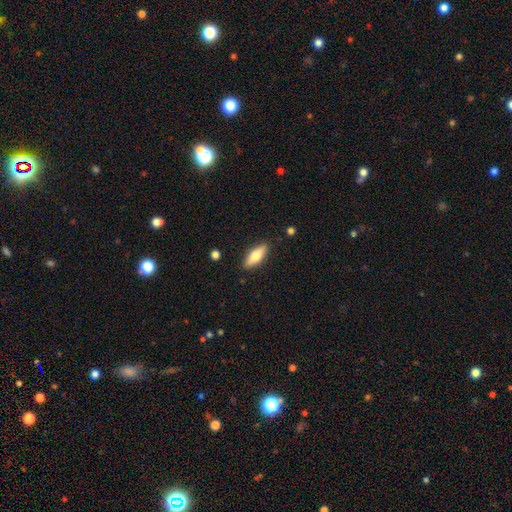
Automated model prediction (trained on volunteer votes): Morphology: type=smooth (61%); roundness=in between (57%); merging=none (88%).